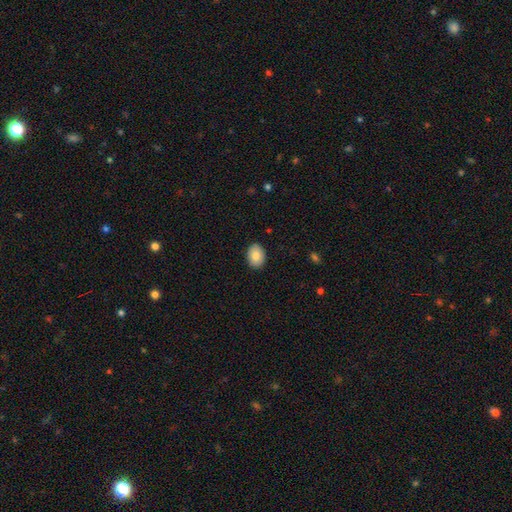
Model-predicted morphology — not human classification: This is clearly a smooth galaxy (83%). How rounded: likely in between (74%). Merging: clearly none (89%).